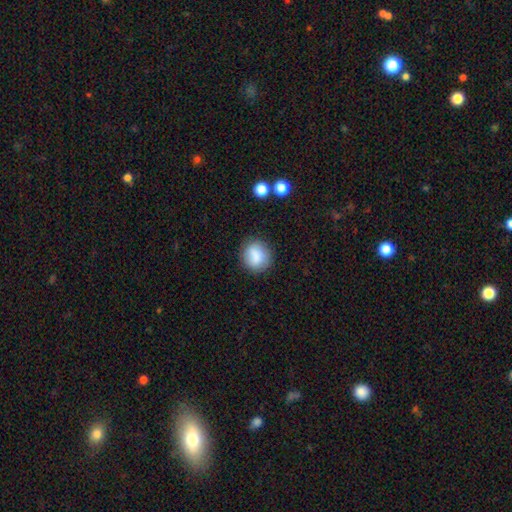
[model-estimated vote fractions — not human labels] Q: Smooth or featured?
A: smooth (85%); runner-up: star or artifact (8%)
Q: How rounded?
A: round (80%); runner-up: in between (19%)
Q: Merging?
A: none (82%); runner-up: minor disturbance (12%)